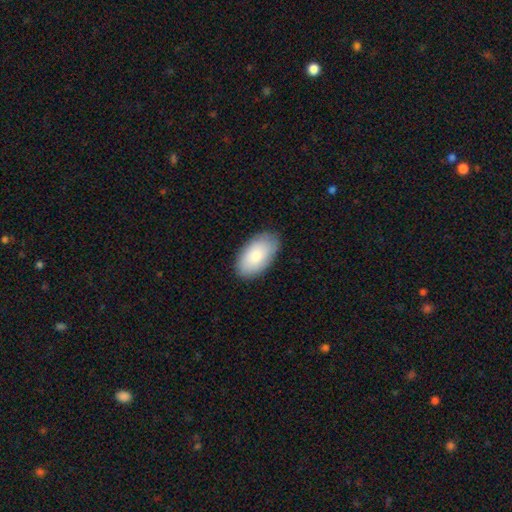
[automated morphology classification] Overall: smooth (82%). How rounded: in between (95%). Merging: none (85%).